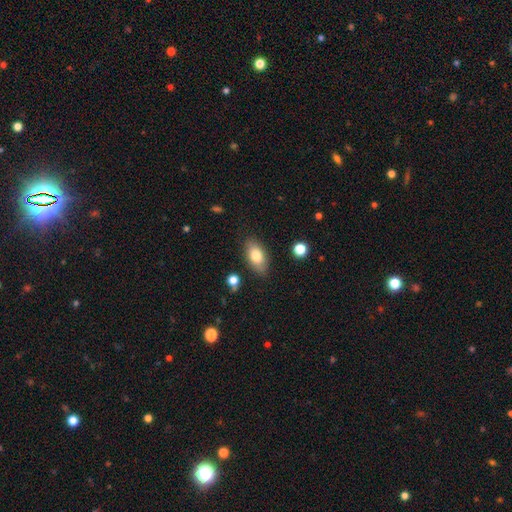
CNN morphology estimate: smooth-or-featured: smooth: 77% | featured or disk: 16% | star or artifact: 8%
  how-rounded: in between: 90% | round: 6% | cigar-shaped: 4%
  merging: none: 84% | minor disturbance: 11% | major disturbance: 3% | merger: 2%